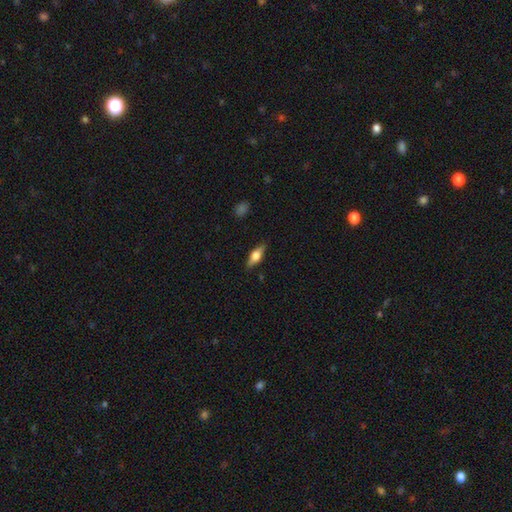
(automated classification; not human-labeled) A featured or disk galaxy (48%). Merging: none (86%).